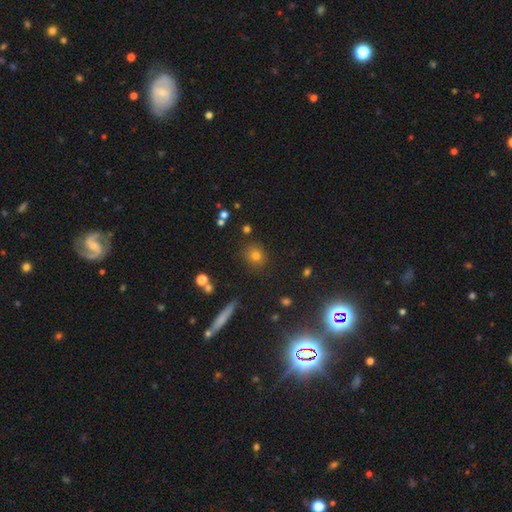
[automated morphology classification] The model was most divided on "smooth or featured": smooth: 73%, star or artifact: 18%, featured or disk: 9%. More confident: merging — none (84%); how rounded — round (84%).